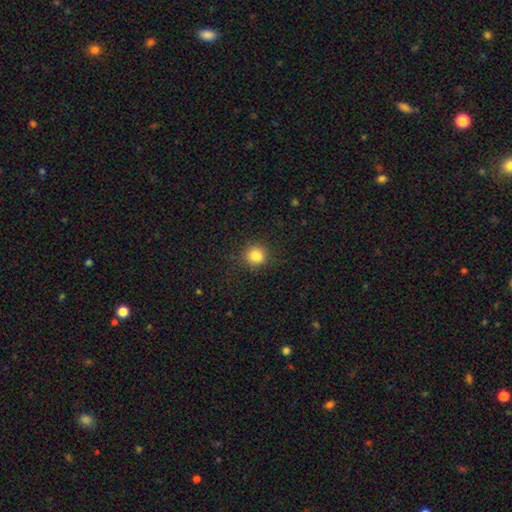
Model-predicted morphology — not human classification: smooth-or-featured: smooth: 84% | star or artifact: 11% | featured or disk: 4%
  how-rounded: round: 89% | in between: 11% | cigar-shaped: 1%
  merging: none: 87% | minor disturbance: 8% | major disturbance: 3% | merger: 1%